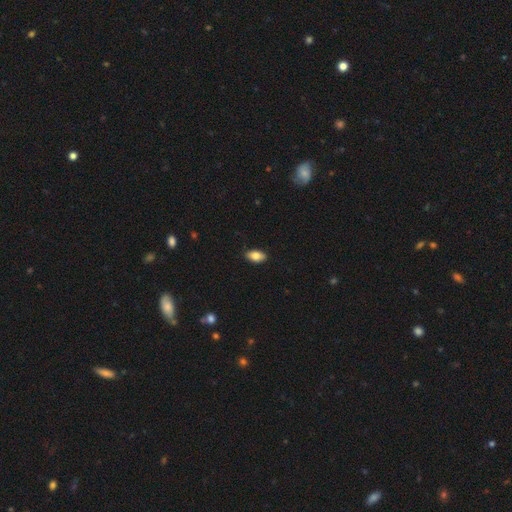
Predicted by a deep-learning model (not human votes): Smooth or featured? smooth (83%)
How rounded? in between (93%)
Merging? none (88%)